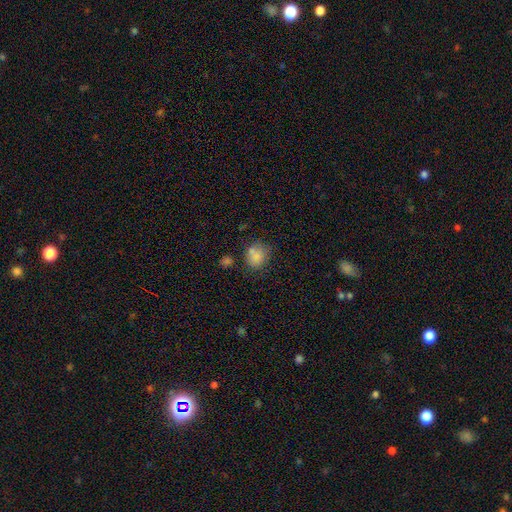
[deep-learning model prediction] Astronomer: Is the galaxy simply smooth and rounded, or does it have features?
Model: smooth — 80%.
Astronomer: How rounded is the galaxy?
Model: round — 69%.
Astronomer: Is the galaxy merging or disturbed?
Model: none — 64%.